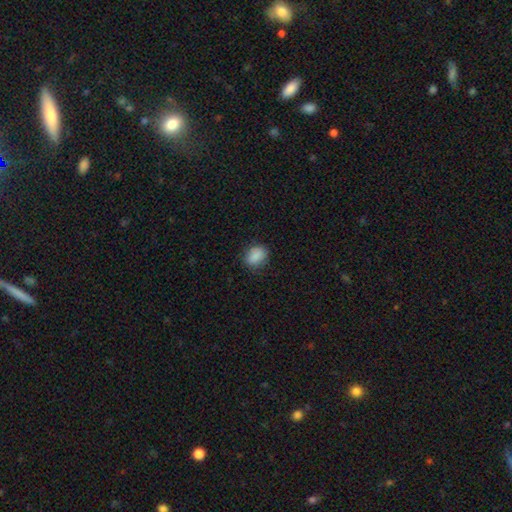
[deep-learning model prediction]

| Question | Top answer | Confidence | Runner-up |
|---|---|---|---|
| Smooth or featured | smooth | 88% | star or artifact (8%) |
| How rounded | in between | 65% | round (33%) |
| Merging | none | 79% | minor disturbance (16%) |